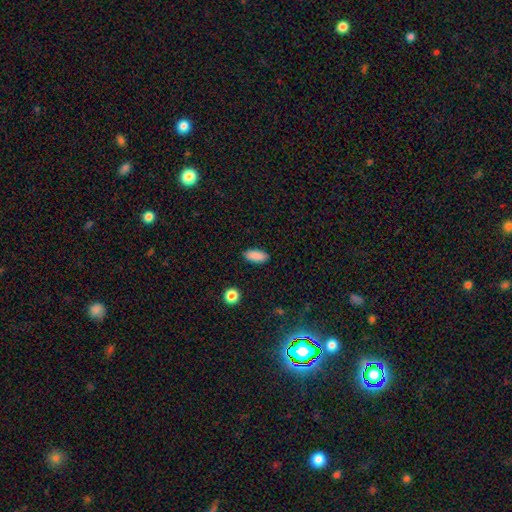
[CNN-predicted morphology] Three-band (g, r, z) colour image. It shows a smooth galaxy with no disk features (89%) that is in between round and cigar-shaped (85%). Merging: none (88%).